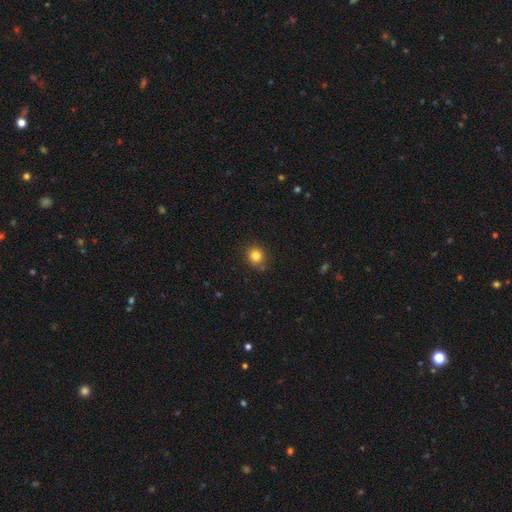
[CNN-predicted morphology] smooth_or_featured: smooth (p=0.83) [alt: star or artifact p=0.12]
how_rounded: round (p=0.86) [alt: in between p=0.13]
merging: none (p=0.84) [alt: minor disturbance p=0.11]